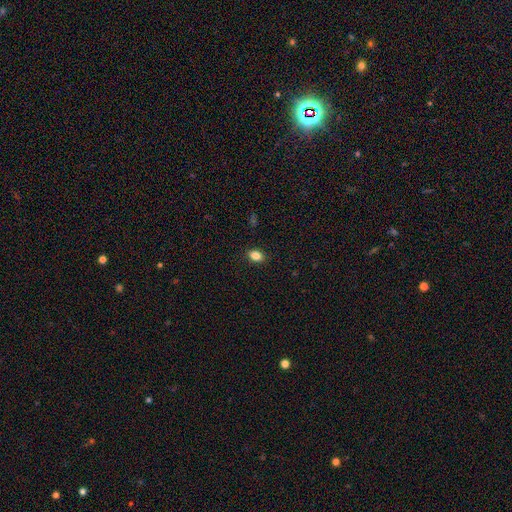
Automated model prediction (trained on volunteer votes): Smooth or featured?
  - smooth: 85% *
  - star or artifact: 10%
  - featured or disk: 5%
How rounded?
  - in between: 75% *
  - round: 23%
  - cigar-shaped: 1%
Merging?
  - none: 89% *
  - minor disturbance: 8%
  - major disturbance: 2%
  - merger: 1%